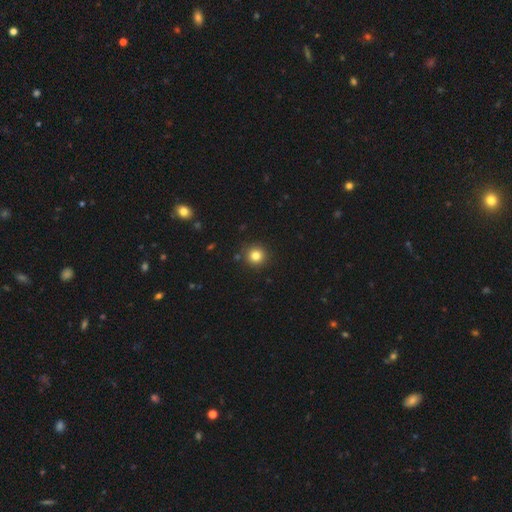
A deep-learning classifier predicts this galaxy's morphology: The model was most divided on "smooth or featured": smooth: 82%, star or artifact: 12%, featured or disk: 6%. More confident: how rounded — round (95%); merging — none (90%).